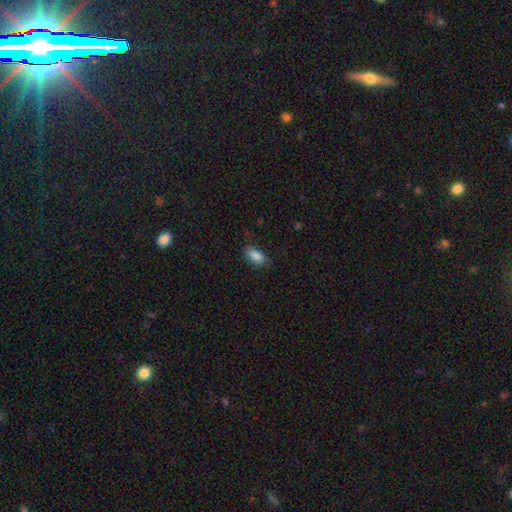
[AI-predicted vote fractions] This appears to be a smooth galaxy with no disk features (87%) that is in between round and cigar-shaped (91%). Merging: none (77%).